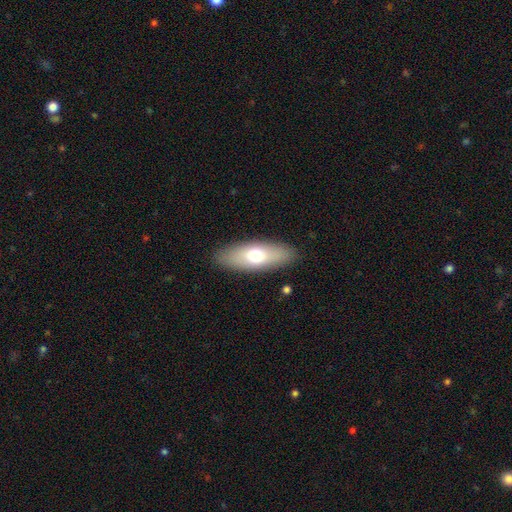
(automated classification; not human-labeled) smooth_or_featured: smooth (p=0.66) [alt: featured or disk p=0.27]
how_rounded: in between (p=0.71) [alt: cigar-shaped p=0.26]
merging: none (p=0.88) [alt: minor disturbance p=0.09]